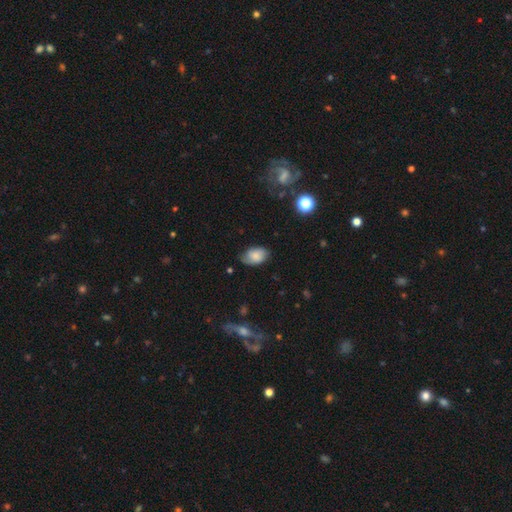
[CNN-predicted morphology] Smooth or featured? Predicted: smooth (p=0.74). How rounded? Predicted: in between (p=0.88). Merging? Predicted: none (p=0.71).